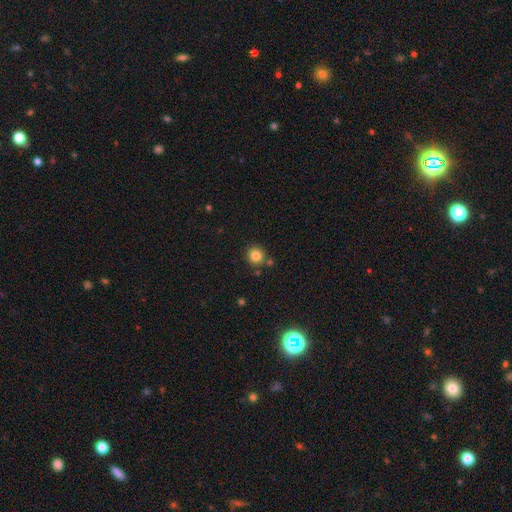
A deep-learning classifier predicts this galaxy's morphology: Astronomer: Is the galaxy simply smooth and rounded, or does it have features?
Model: smooth — 83%.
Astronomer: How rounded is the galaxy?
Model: round — 92%.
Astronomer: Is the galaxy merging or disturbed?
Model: none — 82%.